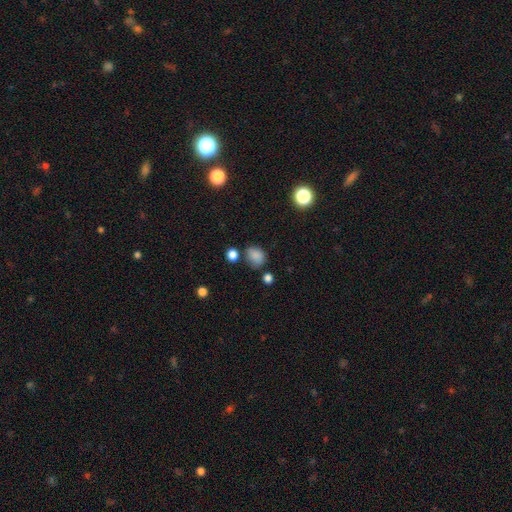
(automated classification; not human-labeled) Smooth or featured: smooth — 82% (star or artifact — 13%)
How rounded: in between — 55% (round — 44%)
Merging: none — 62% (minor disturbance — 23%)